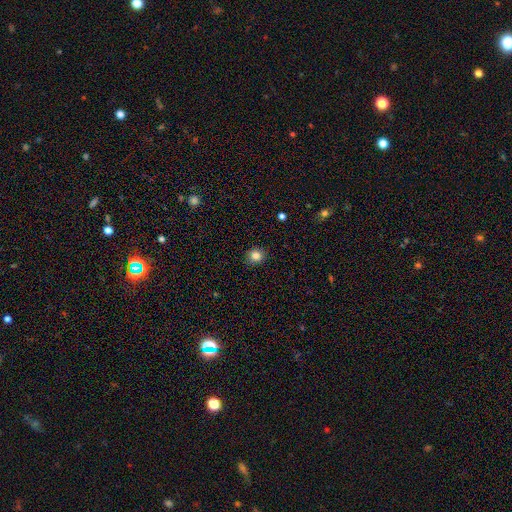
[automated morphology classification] type=smooth (83%); roundness=round (86%); merging=none (90%).